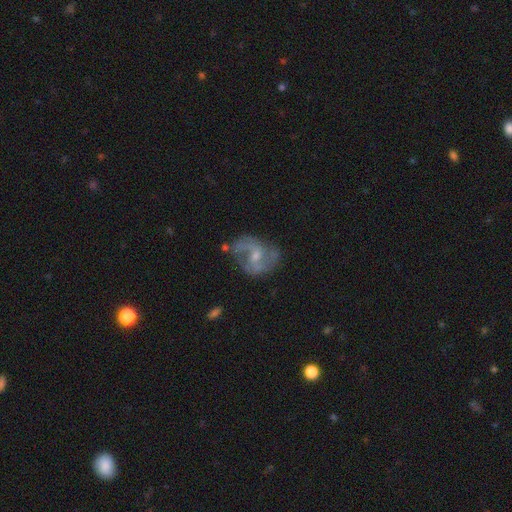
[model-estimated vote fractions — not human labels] A featured or disk galaxy (81%) with a weak bar (50%), 2 (79%) medium (51%) spiral arms (89%) and a small central bulge (51%).

Vote fractions:
- Smooth or featured? featured or disk: 81% / smooth: 13% / star or artifact: 7%
- Edge-on disk? no: 97% / yes: 3%
- Bar? weak: 50% / no: 38% / strong: 12%
- Spiral arms? yes: 89% / no: 11%
- Spiral winding? medium: 51% / loose: 34% / tight: 16%
- Spiral arm count? 2: 79% / can't tell: 9% / 3: 5% / 1: 3% / 4: 2% / more than 4: 2%
- Bulge size? small: 51% / moderate: 41% / none: 5% / large: 2% / dominant: 1%
- Merging? none: 60% / minor disturbance: 23% / major disturbance: 13% / merger: 4%